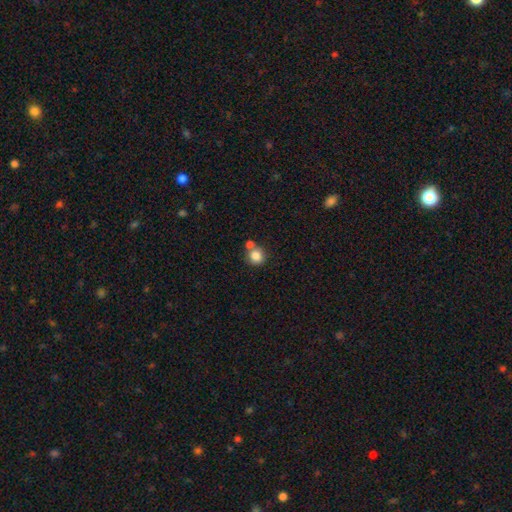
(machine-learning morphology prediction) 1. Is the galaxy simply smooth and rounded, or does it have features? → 84% smooth, 10% star or artifact, 7% featured or disk.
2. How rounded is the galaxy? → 90% round, 9% in between, 1% cigar-shaped.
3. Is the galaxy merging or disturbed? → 58% none, 30% merger, 9% minor disturbance, 3% major disturbance.